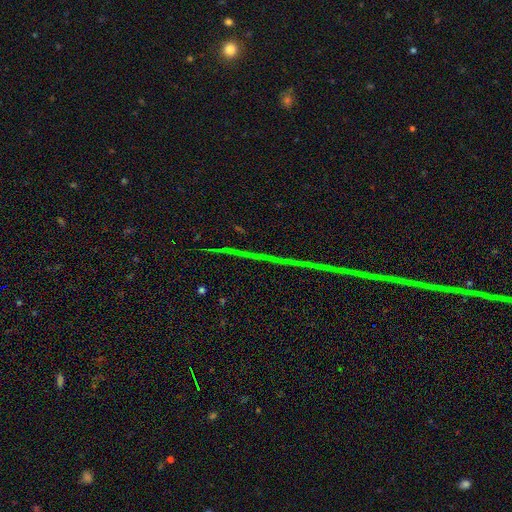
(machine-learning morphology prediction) smooth_or_featured: star or artifact (p=0.82) [alt: featured or disk p=0.11]